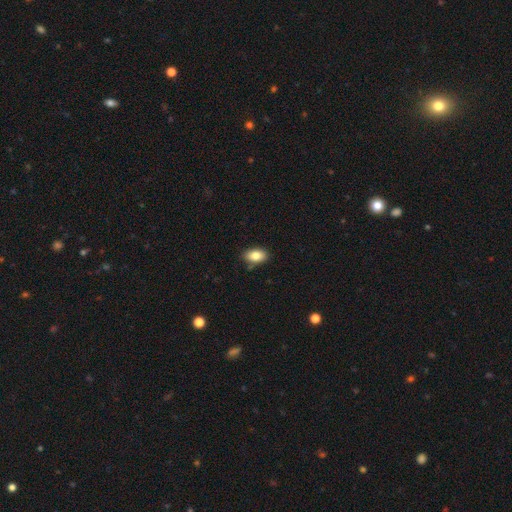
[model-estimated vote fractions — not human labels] smooth_or_featured: smooth (p=0.83) [alt: featured or disk p=0.09]
how_rounded: in between (p=0.91) [alt: round p=0.07]
merging: none (p=0.80) [alt: minor disturbance p=0.15]